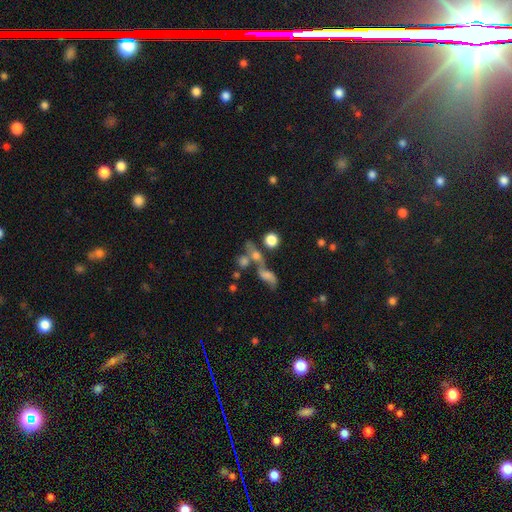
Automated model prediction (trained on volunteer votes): Morphology: type=star or artifact (43%).